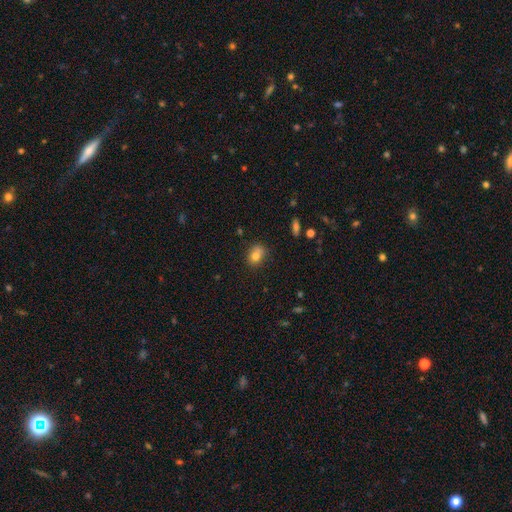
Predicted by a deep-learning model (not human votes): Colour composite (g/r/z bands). It shows a smooth galaxy with no disk features (79%) that is in between round and cigar-shaped (63%). Merging: none (73%).